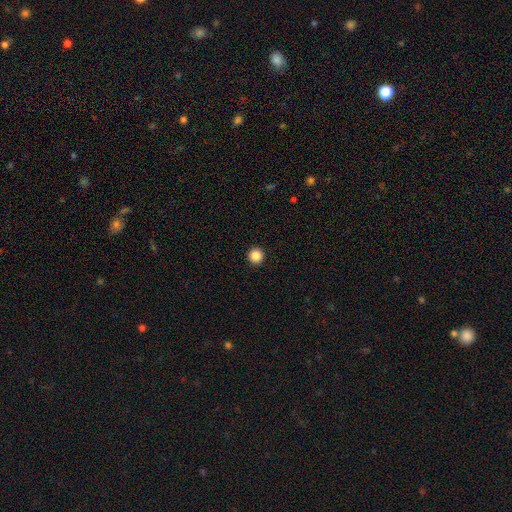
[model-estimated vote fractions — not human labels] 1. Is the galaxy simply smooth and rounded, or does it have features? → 86% smooth, 10% star or artifact, 3% featured or disk.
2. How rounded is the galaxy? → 96% round, 3% in between, 1% cigar-shaped.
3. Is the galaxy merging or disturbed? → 94% none, 4% minor disturbance, 1% major disturbance, 1% merger.